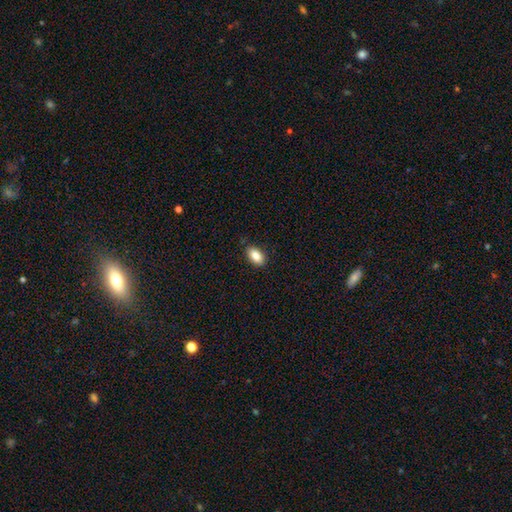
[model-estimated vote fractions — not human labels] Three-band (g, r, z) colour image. It shows a smooth galaxy with no disk features (86%) that is in between round and cigar-shaped (91%). Merging: none (86%).